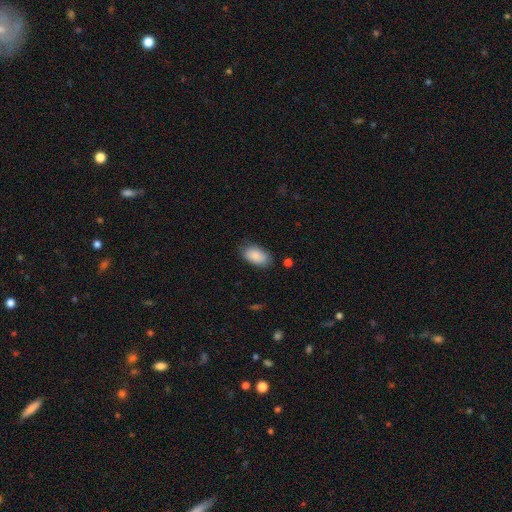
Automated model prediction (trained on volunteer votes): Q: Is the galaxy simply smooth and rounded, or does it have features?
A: smooth — 86%.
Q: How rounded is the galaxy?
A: in between — 94%.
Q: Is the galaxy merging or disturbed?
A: none — 80%.